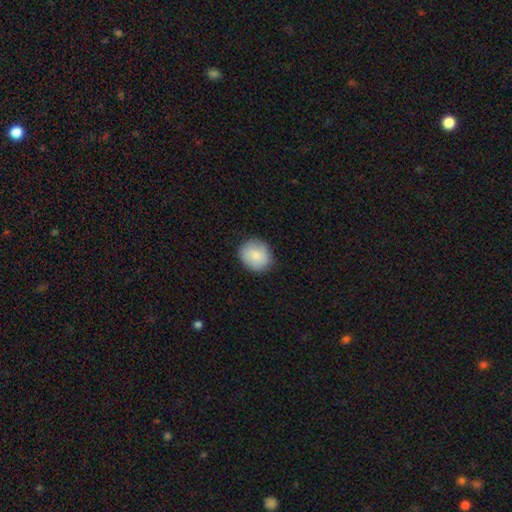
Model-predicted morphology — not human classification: A smooth galaxy with no disk features (84%) that is round (71%).

Vote fractions:
- Smooth or featured? smooth: 84% / featured or disk: 10% / star or artifact: 6%
- How rounded? round: 71% / in between: 28% / cigar-shaped: 1%
- Merging? none: 85% / minor disturbance: 11% / major disturbance: 2% / merger: 1%